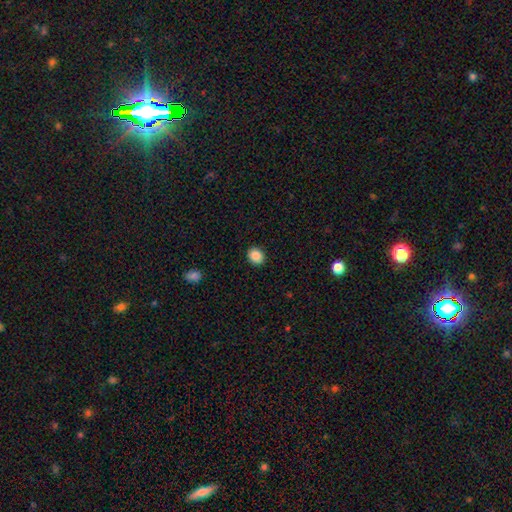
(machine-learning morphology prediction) Q: Smooth or featured?
A: smooth (87%); runner-up: star or artifact (9%)
Q: How rounded?
A: round (73%); runner-up: in between (26%)
Q: Merging?
A: none (91%); runner-up: minor disturbance (6%)